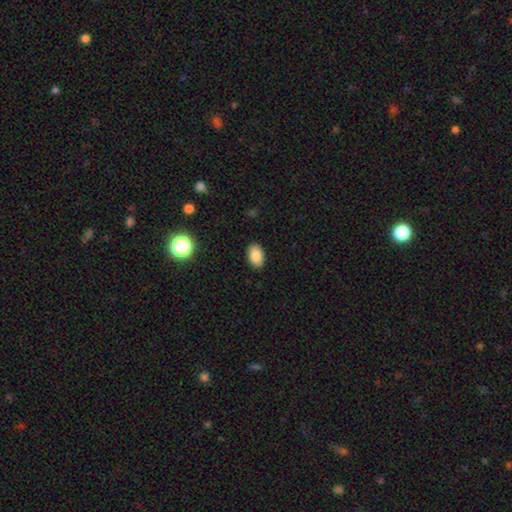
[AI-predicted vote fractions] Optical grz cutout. It shows a smooth galaxy with no disk features (87%) that is in between round and cigar-shaped (92%). Merging: none (89%).